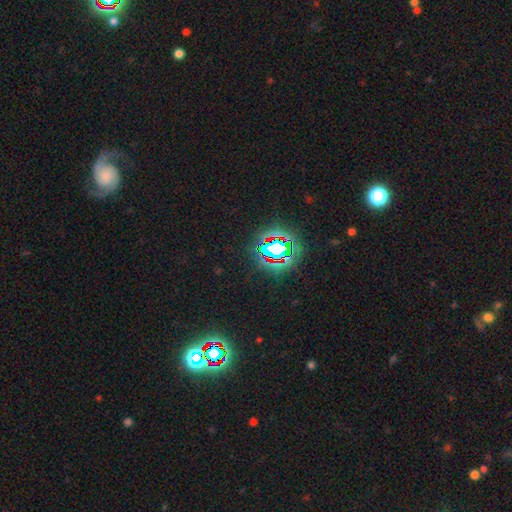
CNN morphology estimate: smooth_or_featured: star or artifact (p=0.77) [alt: smooth p=0.13]